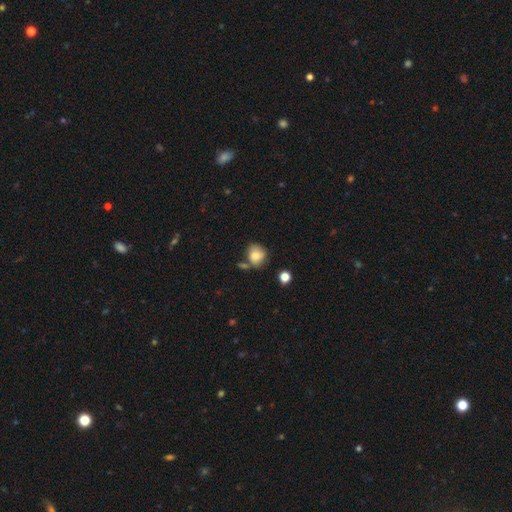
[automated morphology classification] A smooth galaxy with no disk features (79%) that is round (74%).

Vote fractions:
- Smooth or featured? smooth: 79% / featured or disk: 11% / star or artifact: 10%
- How rounded? round: 74% / in between: 25% / cigar-shaped: 1%
- Merging? none: 60% / minor disturbance: 20% / merger: 14% / major disturbance: 6%